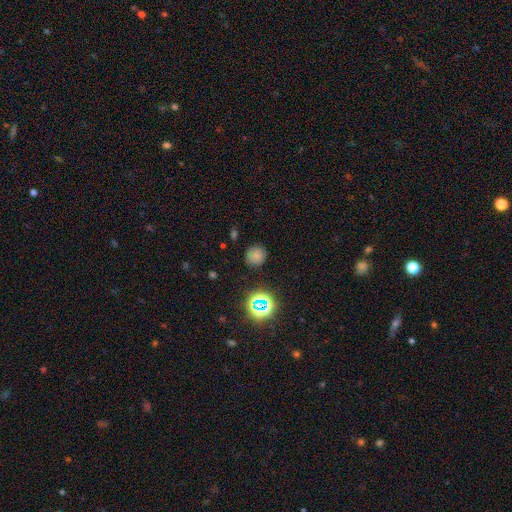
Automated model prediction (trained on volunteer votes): smooth_or_featured: smooth (p=0.71) [alt: star or artifact p=0.21]
how_rounded: round (p=0.92) [alt: in between p=0.07]
merging: none (p=0.85) [alt: minor disturbance p=0.10]